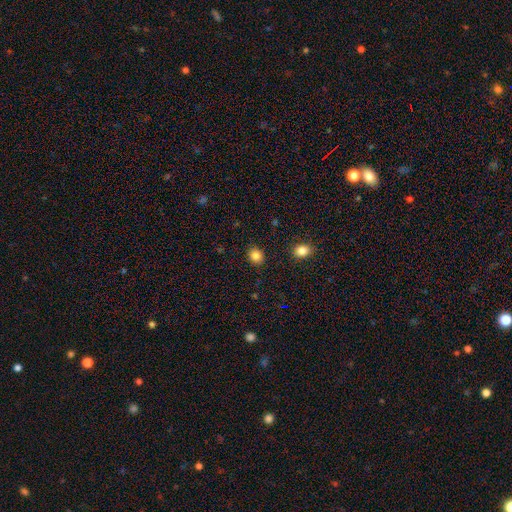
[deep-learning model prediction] A smooth galaxy with no disk features (84%) that is round (66%). Merging: none (89%).